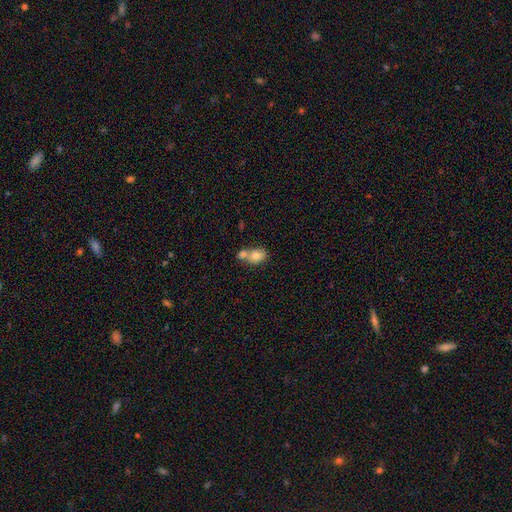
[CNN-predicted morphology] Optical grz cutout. It shows a smooth galaxy with no disk features (78%) that is in between round and cigar-shaped (59%). Merging: merger (54%).